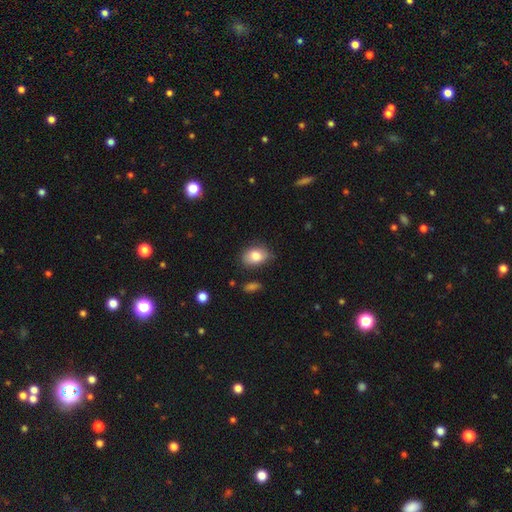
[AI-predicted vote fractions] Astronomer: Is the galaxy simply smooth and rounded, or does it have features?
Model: smooth — 80%.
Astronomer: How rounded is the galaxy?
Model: in between — 78%.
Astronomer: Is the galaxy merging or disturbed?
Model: none — 70%.